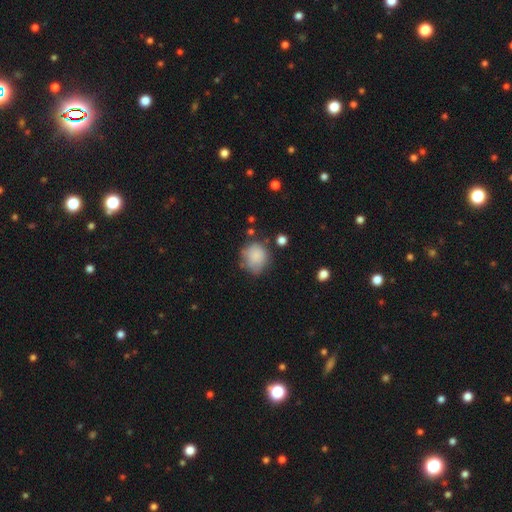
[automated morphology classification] smooth-or-featured: smooth: 81% | featured or disk: 10% | star or artifact: 9%
  how-rounded: round: 71% | in between: 28% | cigar-shaped: 1%
  merging: none: 55% | minor disturbance: 28% | major disturbance: 11% | merger: 6%